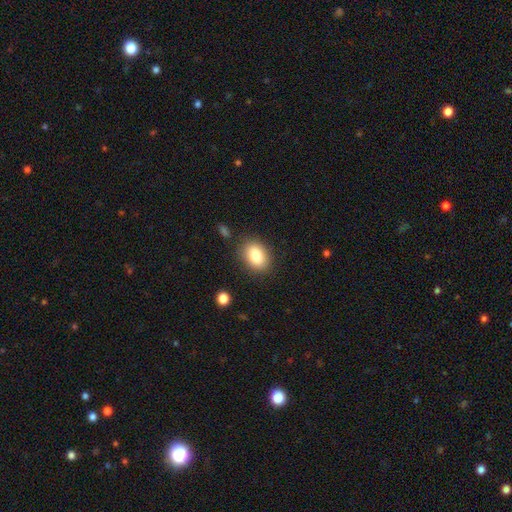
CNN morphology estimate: Smooth or featured?
  - smooth: 84% *
  - featured or disk: 8%
  - star or artifact: 8%
How rounded?
  - in between: 75% *
  - round: 24%
  - cigar-shaped: 1%
Merging?
  - none: 83% *
  - minor disturbance: 11%
  - major disturbance: 3%
  - merger: 2%